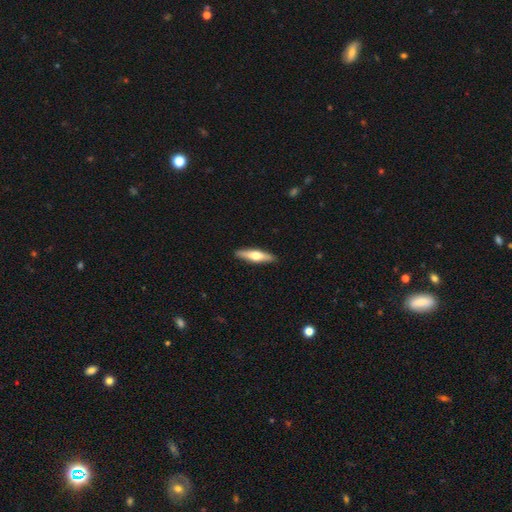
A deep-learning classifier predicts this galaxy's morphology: Smooth or featured?
  - smooth: 48% *
  - featured or disk: 47%
  - star or artifact: 5%
Merging?
  - none: 91% *
  - minor disturbance: 7%
  - major disturbance: 1%
  - merger: 1%